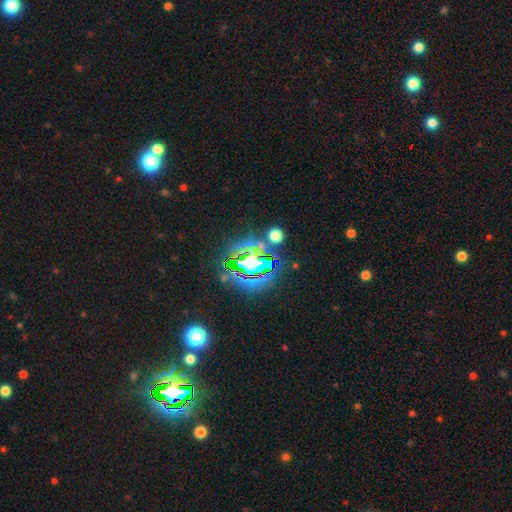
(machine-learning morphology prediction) Smooth or featured? Predicted: star or artifact (p=0.82).